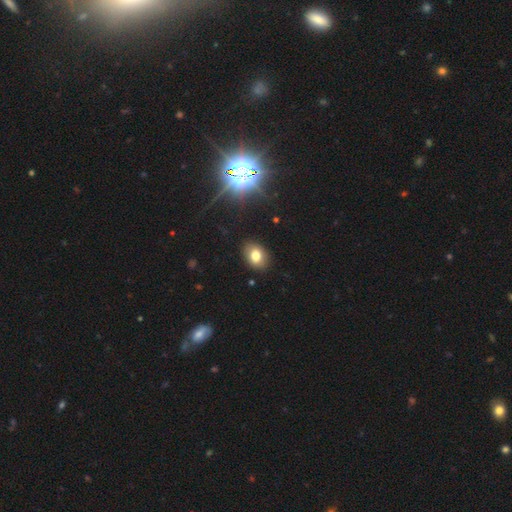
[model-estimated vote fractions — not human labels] The model was most divided on "how rounded": in between: 71%, round: 28%, cigar-shaped: 1%. More confident: merging — none (88%); smooth or featured — smooth (77%).